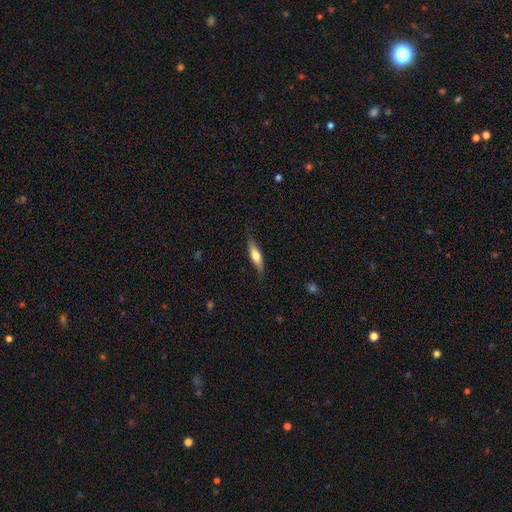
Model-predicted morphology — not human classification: Smooth or featured? Predicted: smooth (p=0.55). How rounded? Predicted: cigar-shaped (p=0.62). Merging? Predicted: none (p=0.75).